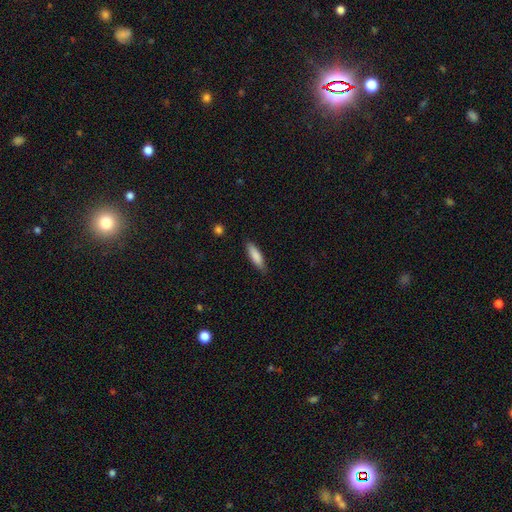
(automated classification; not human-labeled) Morphology: type=smooth (85%); roundness=cigar-shaped (61%); merging=none (85%).